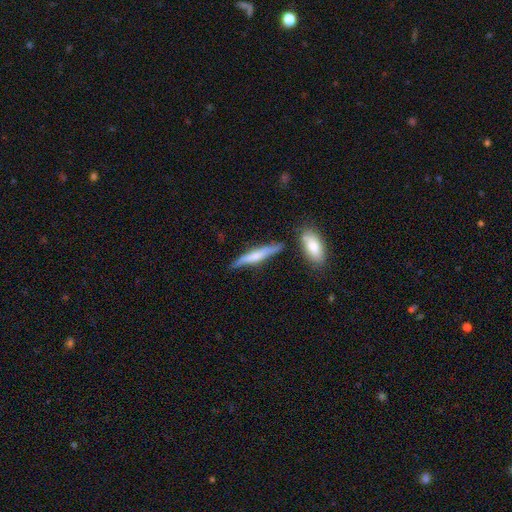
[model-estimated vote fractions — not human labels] smooth-or-featured: smooth: 52% | featured or disk: 42% | star or artifact: 6%
  how-rounded: cigar-shaped: 88% | in between: 10% | round: 2%
  merging: none: 71% | minor disturbance: 19% | merger: 6% | major disturbance: 4%